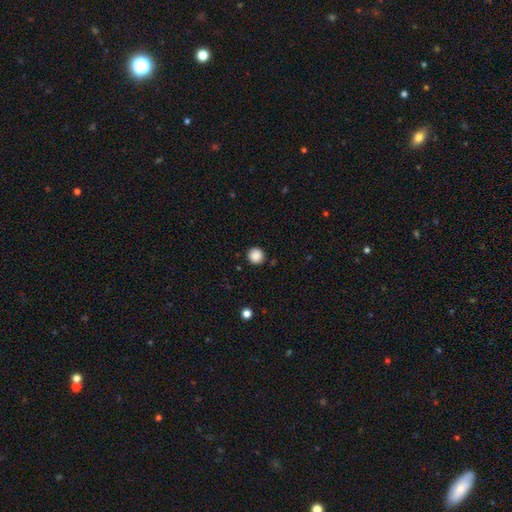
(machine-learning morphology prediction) The model was most divided on "smooth or featured": smooth: 88%, star or artifact: 10%, featured or disk: 2%. More confident: how rounded — round (94%); merging — none (90%).